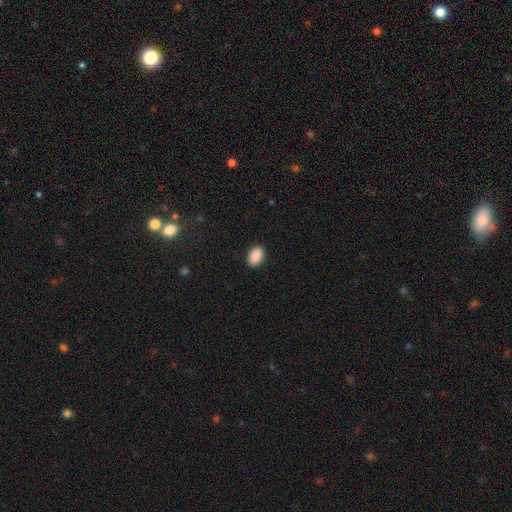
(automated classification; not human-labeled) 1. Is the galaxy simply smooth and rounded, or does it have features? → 89% smooth, 7% star or artifact, 4% featured or disk.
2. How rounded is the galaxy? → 89% in between, 10% round, 1% cigar-shaped.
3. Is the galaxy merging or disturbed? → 89% none, 8% minor disturbance, 2% major disturbance, 1% merger.